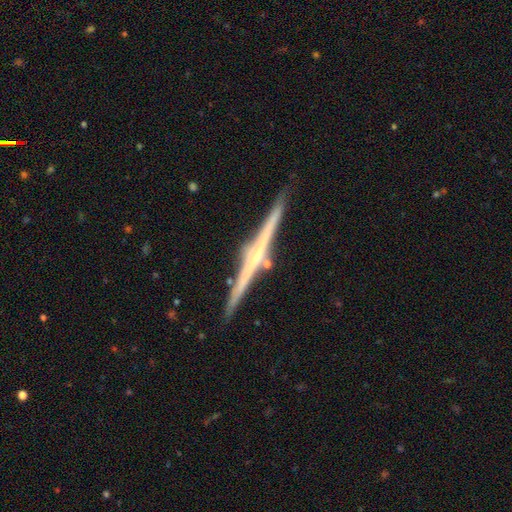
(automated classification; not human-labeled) A featured or disk galaxy (81%) viewed edge-on (98%) with a rounded central bulge (54%).

Vote fractions:
- Smooth or featured? featured or disk: 81% / smooth: 13% / star or artifact: 5%
- Edge-on disk? yes: 98% / no: 2%
- Edge-on bulge? rounded: 54% / none: 36% / boxy: 10%
- Merging? none: 88% / minor disturbance: 8% / merger: 3% / major disturbance: 2%